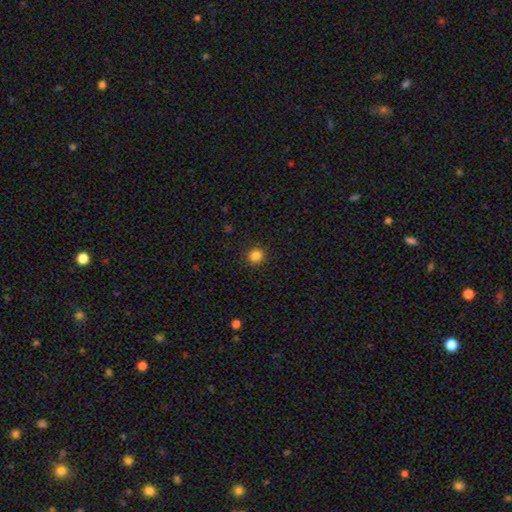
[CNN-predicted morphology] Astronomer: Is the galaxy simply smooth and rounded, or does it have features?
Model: smooth — 85%.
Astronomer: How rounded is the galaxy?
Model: round — 88%.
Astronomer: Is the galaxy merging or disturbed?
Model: none — 91%.